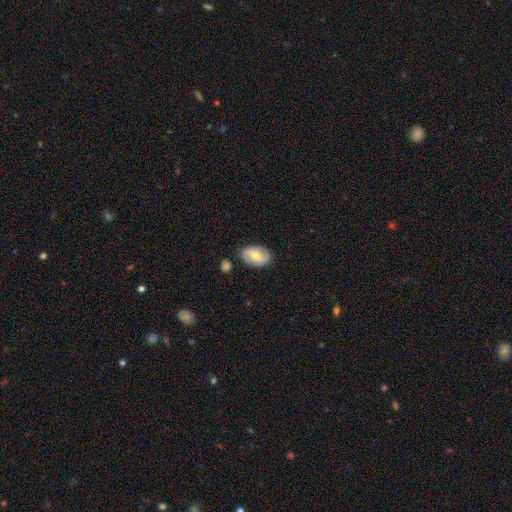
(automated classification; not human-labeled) The model was most divided on "smooth or featured": smooth: 63%, featured or disk: 31%, star or artifact: 7%. More confident: how rounded — in between (90%); merging — none (79%).